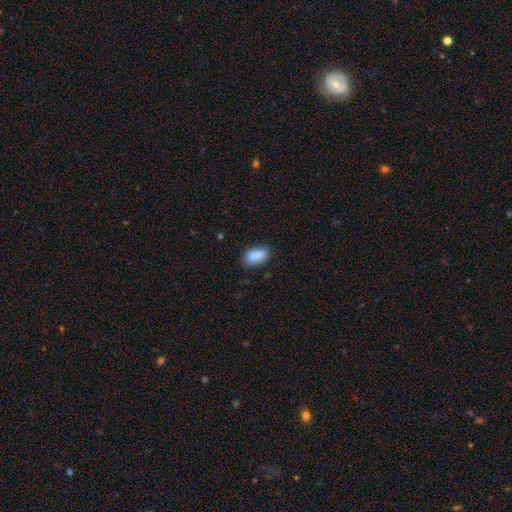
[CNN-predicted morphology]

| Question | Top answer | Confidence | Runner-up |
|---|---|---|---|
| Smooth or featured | smooth | 84% | star or artifact (8%) |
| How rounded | in between | 88% | round (7%) |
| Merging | none | 68% | minor disturbance (23%) |